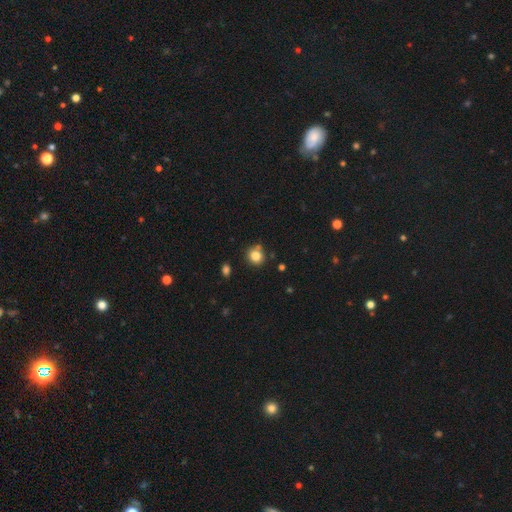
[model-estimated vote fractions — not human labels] The model was most divided on "merging": none: 74%, minor disturbance: 14%, merger: 9%, major disturbance: 3%. More confident: how rounded — round (83%); smooth or featured — smooth (82%).